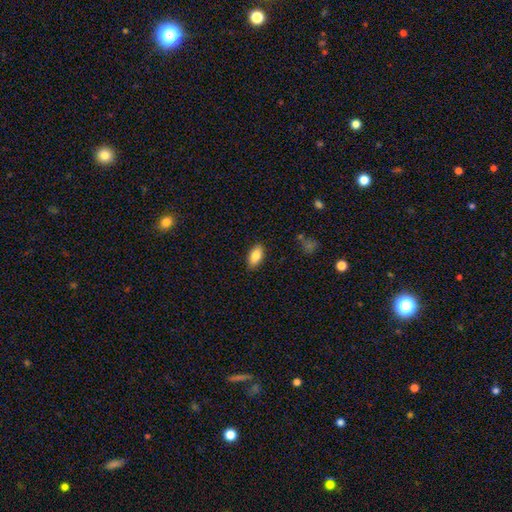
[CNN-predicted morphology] This is clearly a smooth galaxy (85%). How rounded: clearly in between (90%). Merging: clearly none (86%).